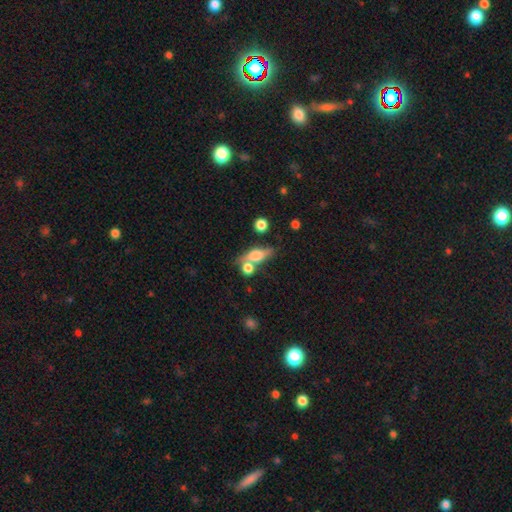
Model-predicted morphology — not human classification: Smooth or featured?
  - smooth: 54% *
  - featured or disk: 36%
  - star or artifact: 10%
How rounded?
  - in between: 49% *
  - cigar-shaped: 34%
  - round: 17%
Merging?
  - none: 52% *
  - merger: 27%
  - minor disturbance: 14%
  - major disturbance: 7%